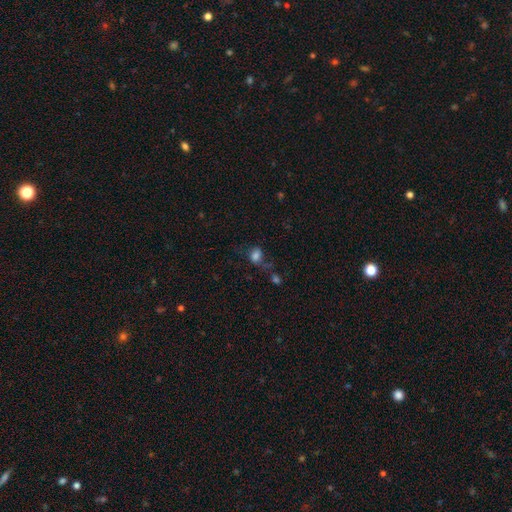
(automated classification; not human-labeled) A smooth galaxy with no disk features (72%) that is in between round and cigar-shaped (56%). Merging: none (37%).